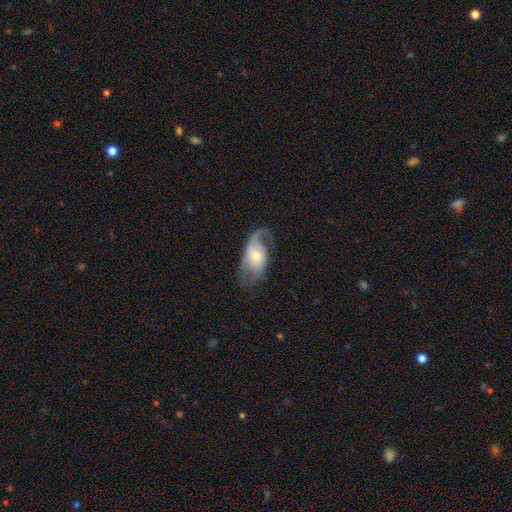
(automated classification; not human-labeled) This is likely a featured or disk galaxy (65%). It is clearly not viewed edge-on (94%). Bar: likely no (69%). Spiral arm pattern: likely yes (80%). Central bulge: possibly moderate (59%). Merging: marginally none (43%).